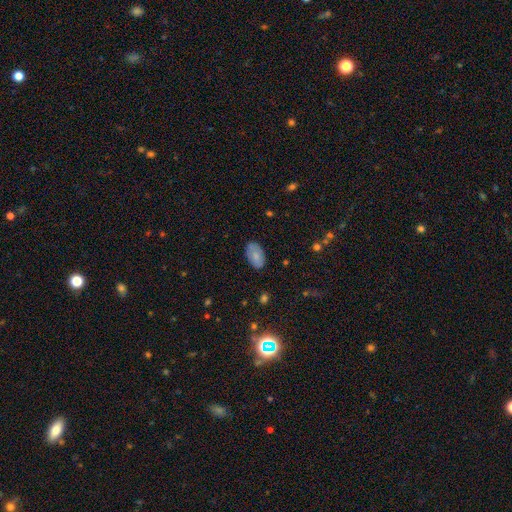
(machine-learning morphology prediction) This appears to be a smooth galaxy with no disk features (77%) that is in between round and cigar-shaped (94%). Merging: none (81%).